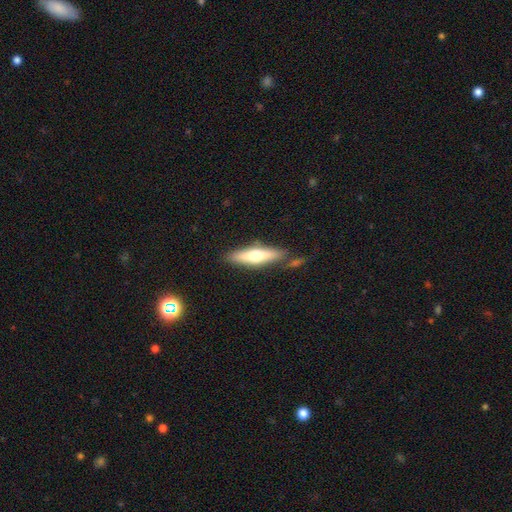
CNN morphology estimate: smooth 54%, featured or disk 41%, star or artifact 6%. Down the decision tree: how rounded — cigar-shaped (71%); merging — none (75%).